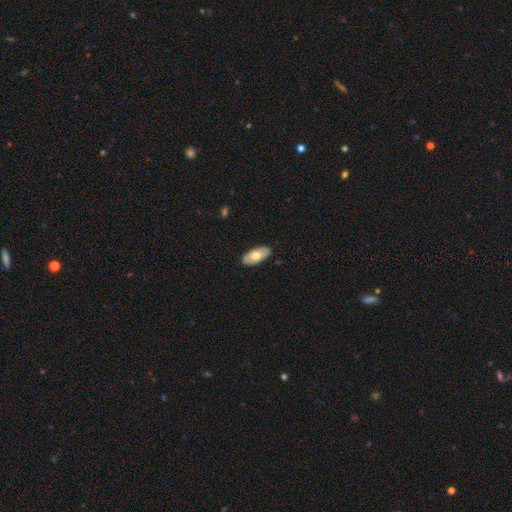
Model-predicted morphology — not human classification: This is likely a smooth galaxy (65%). How rounded: clearly in between (93%). Merging: clearly none (88%).